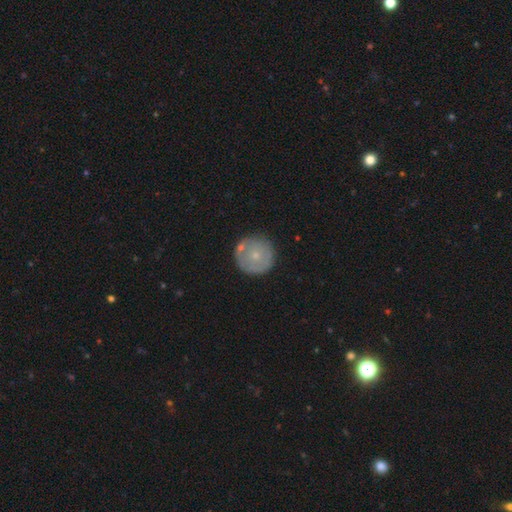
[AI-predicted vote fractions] Smooth or featured? Predicted: smooth (p=0.60). How rounded? Predicted: round (p=0.95). Merging? Predicted: none (p=0.76).